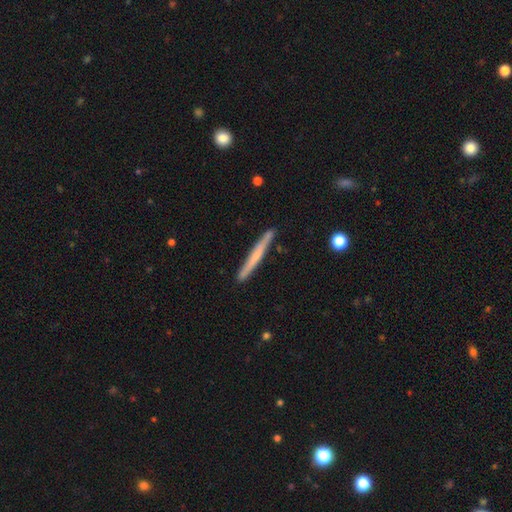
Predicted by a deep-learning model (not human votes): A smooth galaxy with no disk features (48%).

Vote fractions:
- Smooth or featured? smooth: 48% / featured or disk: 46% / star or artifact: 6%
- Merging? none: 89% / minor disturbance: 8% / merger: 2% / major disturbance: 1%